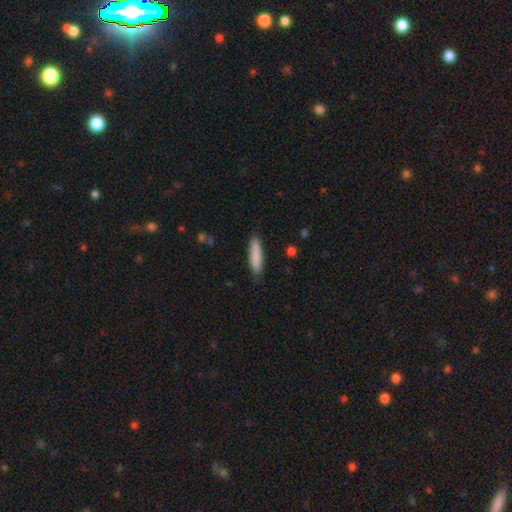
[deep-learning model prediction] Smooth or featured? Predicted: smooth (p=0.84). How rounded? Predicted: cigar-shaped (p=0.79). Merging? Predicted: none (p=0.81).